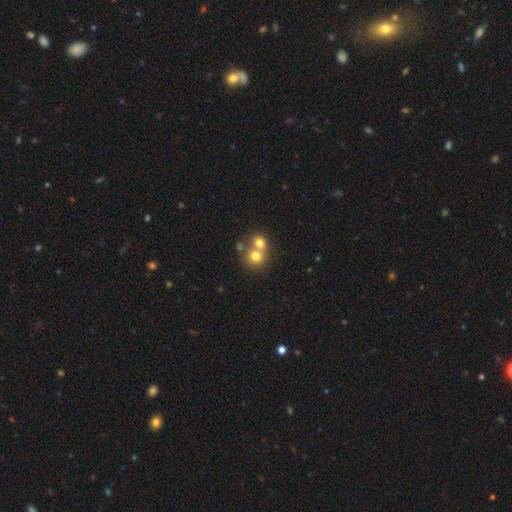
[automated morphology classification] Smooth or featured? smooth (73%)
How rounded? round (81%)
Merging? merger (58%)